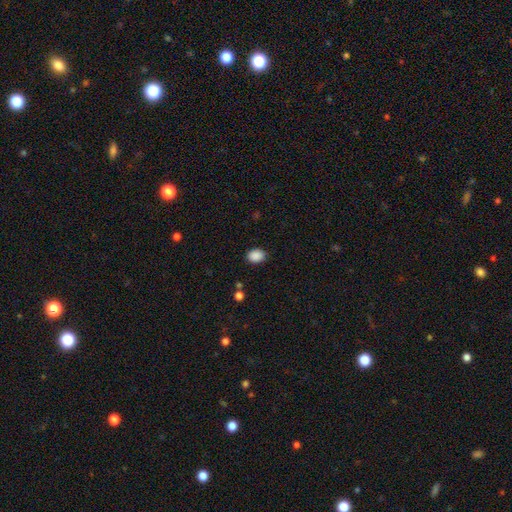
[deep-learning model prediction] This appears to be a smooth galaxy with no disk features (89%) that is in between round and cigar-shaped (68%). Merging: none (87%).